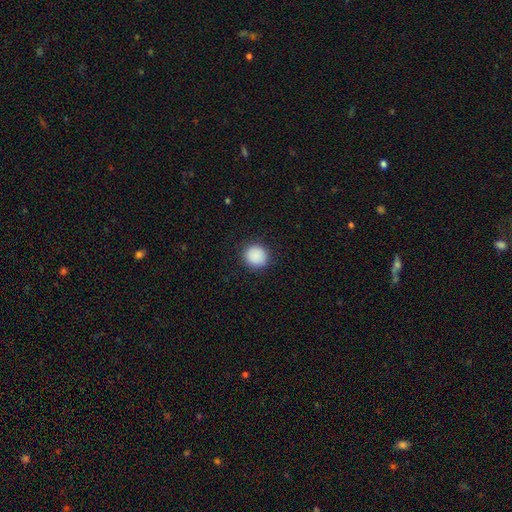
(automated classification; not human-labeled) smooth_or_featured: smooth (p=0.89) [alt: star or artifact p=0.08]
how_rounded: round (p=0.91) [alt: in between p=0.08]
merging: none (p=0.90) [alt: minor disturbance p=0.06]